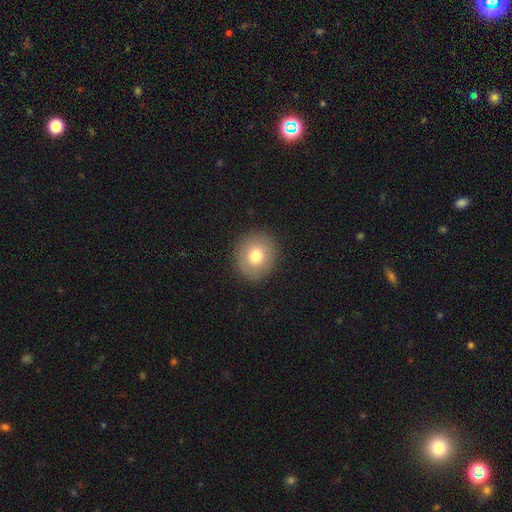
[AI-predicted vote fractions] This appears to be a smooth galaxy with no disk features (77%) that is round (83%). Merging: none (89%).